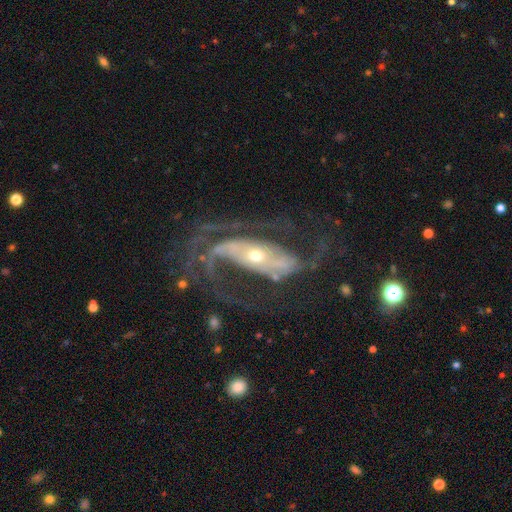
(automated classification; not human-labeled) This is clearly a featured or disk galaxy (89%). It is clearly not viewed edge-on (94%). Bar: possibly strong (46%). Spiral arm pattern: clearly yes (95%). Spiral arm count: likely 2 (74%). Spiral winding: possibly medium (50%). Central bulge: possibly small (59%). Merging: possibly none (58%).